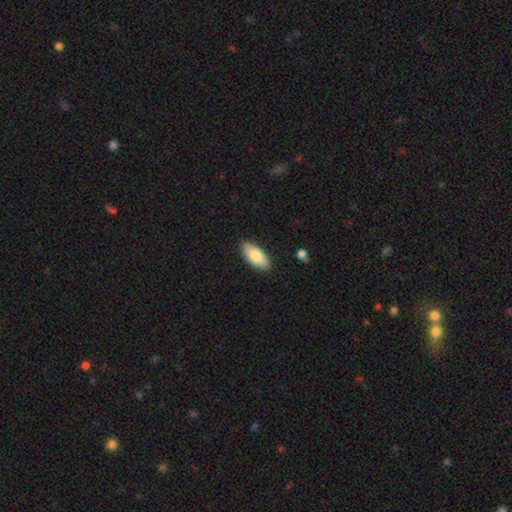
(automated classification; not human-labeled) smooth-or-featured: smooth: 80% | featured or disk: 14% | star or artifact: 6%
  how-rounded: in between: 86% | cigar-shaped: 12% | round: 2%
  merging: none: 88% | minor disturbance: 9% | major disturbance: 2% | merger: 1%